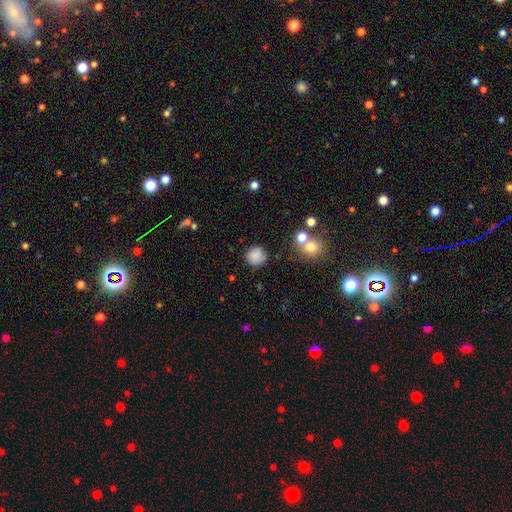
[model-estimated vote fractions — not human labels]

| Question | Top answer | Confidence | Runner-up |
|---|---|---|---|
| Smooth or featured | smooth | 79% | featured or disk (11%) |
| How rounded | round | 86% | in between (13%) |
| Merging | none | 72% | minor disturbance (18%) |